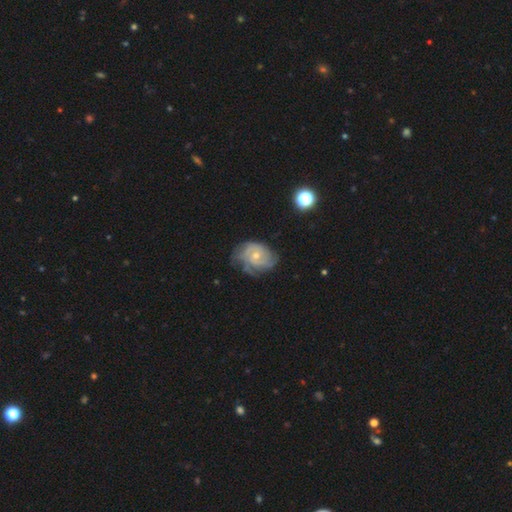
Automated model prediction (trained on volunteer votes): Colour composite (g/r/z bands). It shows a featured or disk galaxy (81%) with no bar (74%), tight (62%) spiral arms (94%) and a small central bulge (49%). Merging: none (58%).